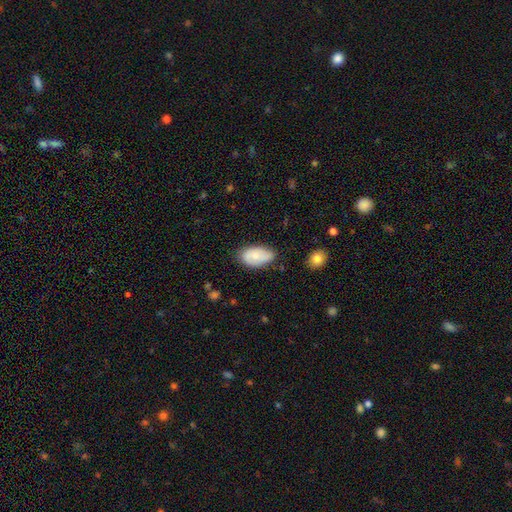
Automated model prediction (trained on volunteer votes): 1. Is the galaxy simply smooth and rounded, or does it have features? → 67% smooth, 27% featured or disk, 7% star or artifact.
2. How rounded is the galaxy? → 93% in between, 5% round, 2% cigar-shaped.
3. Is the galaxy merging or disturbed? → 65% none, 27% minor disturbance, 5% major disturbance, 2% merger.